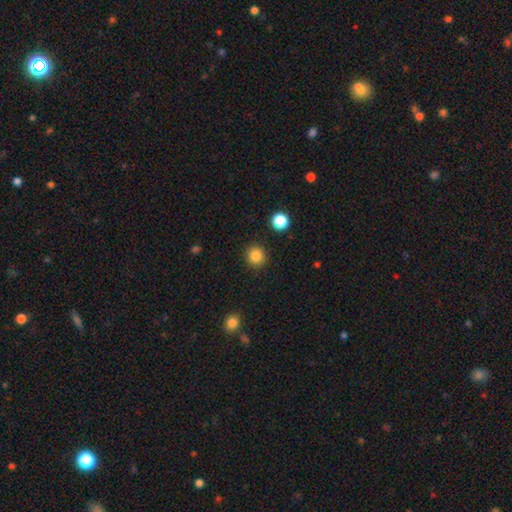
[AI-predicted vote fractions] Q: Smooth or featured?
A: smooth (85%); runner-up: star or artifact (11%)
Q: How rounded?
A: round (93%); runner-up: in between (6%)
Q: Merging?
A: none (91%); runner-up: minor disturbance (6%)